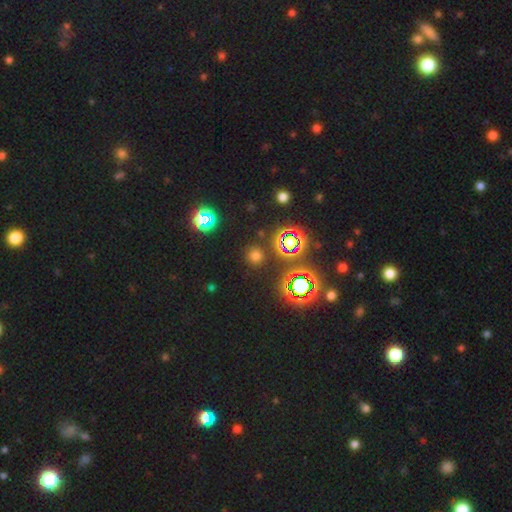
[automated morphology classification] Q: Smooth or featured?
A: smooth (58%); runner-up: star or artifact (36%)
Q: How rounded?
A: round (93%); runner-up: in between (5%)
Q: Merging?
A: none (88%); runner-up: minor disturbance (6%)